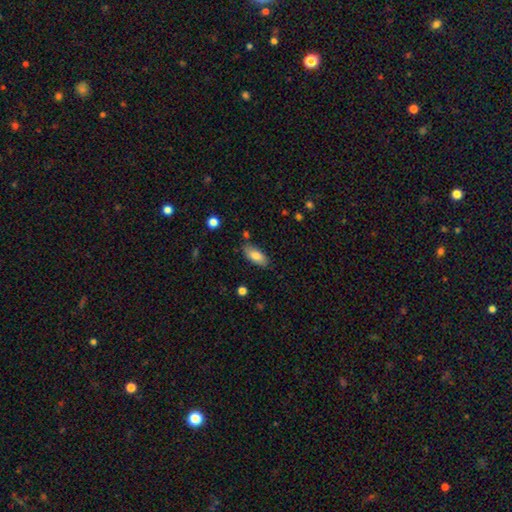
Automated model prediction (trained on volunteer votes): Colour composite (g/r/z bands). It shows a smooth galaxy with no disk features (80%) that is in between round and cigar-shaped (86%). Merging: none (80%).